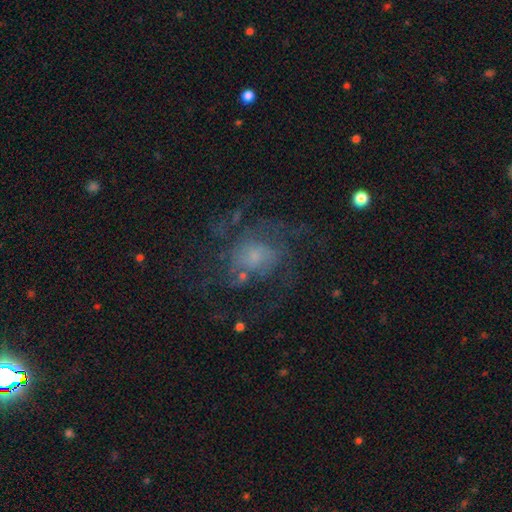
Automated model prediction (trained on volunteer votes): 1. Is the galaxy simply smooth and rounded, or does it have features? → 63% featured or disk, 24% smooth, 13% star or artifact.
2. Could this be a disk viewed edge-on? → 97% no, 3% yes.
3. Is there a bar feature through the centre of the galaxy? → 72% no, 24% weak, 4% strong.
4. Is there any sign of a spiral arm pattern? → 75% yes, 25% no.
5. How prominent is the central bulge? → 48% small, 31% moderate, 12% none, 6% large, 2% dominant.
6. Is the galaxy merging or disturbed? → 50% none, 28% major disturbance, 17% minor disturbance, 4% merger.